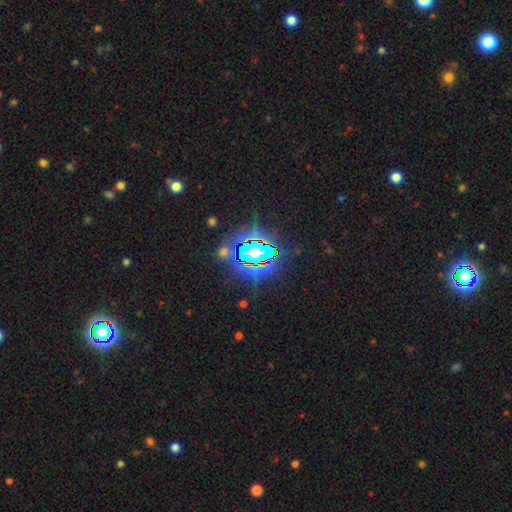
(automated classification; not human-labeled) smooth-or-featured: star or artifact: 83% | smooth: 9% | featured or disk: 7%